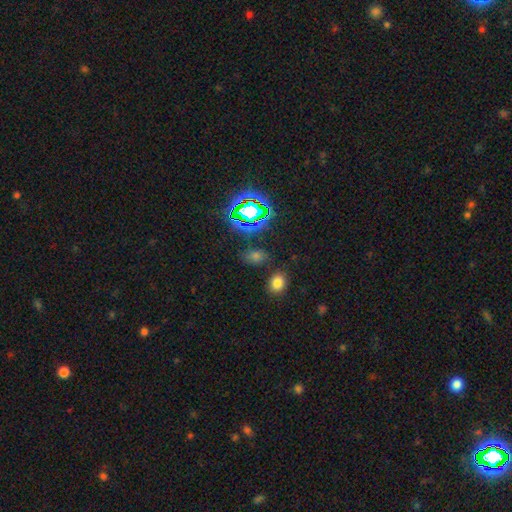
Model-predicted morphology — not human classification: smooth-or-featured: smooth: 53% | star or artifact: 39% | featured or disk: 8%
  how-rounded: in between: 74% | round: 23% | cigar-shaped: 3%
  merging: none: 78% | minor disturbance: 11% | merger: 7% | major disturbance: 4%